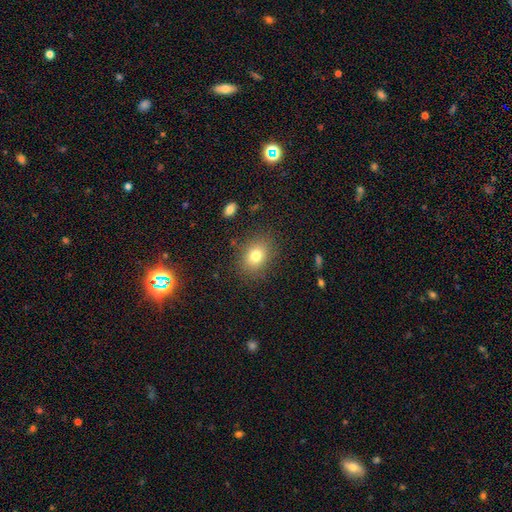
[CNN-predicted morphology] This appears to be a smooth galaxy with no disk features (78%) that is in between round and cigar-shaped (61%). Merging: none (84%).